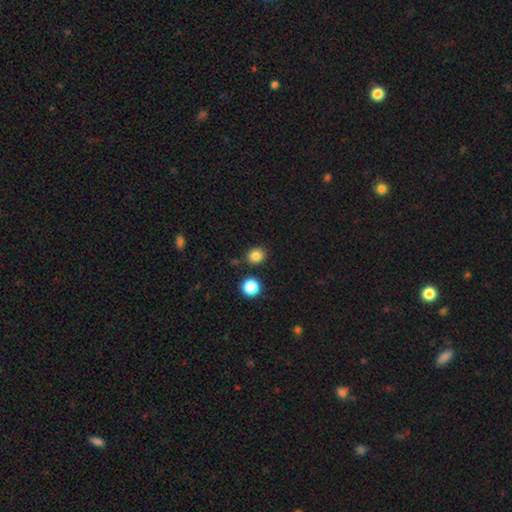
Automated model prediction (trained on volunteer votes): smooth_or_featured: smooth (p=0.83) [alt: star or artifact p=0.12]
how_rounded: round (p=0.81) [alt: in between p=0.18]
merging: none (p=0.86) [alt: minor disturbance p=0.07]